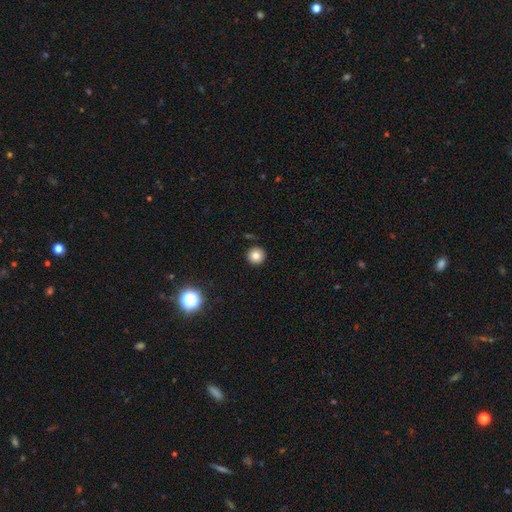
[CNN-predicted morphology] A smooth galaxy with no disk features (80%) that is round (96%). Merging: none (92%).